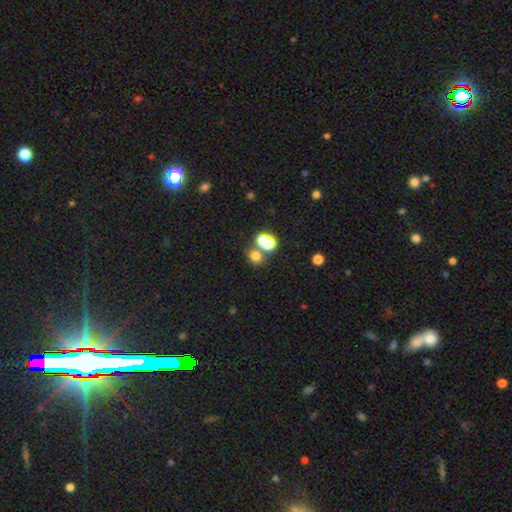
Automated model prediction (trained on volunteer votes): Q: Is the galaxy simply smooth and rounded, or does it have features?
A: smooth — 70%.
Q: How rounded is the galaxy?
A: round — 65%.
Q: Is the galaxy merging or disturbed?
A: none — 55%.